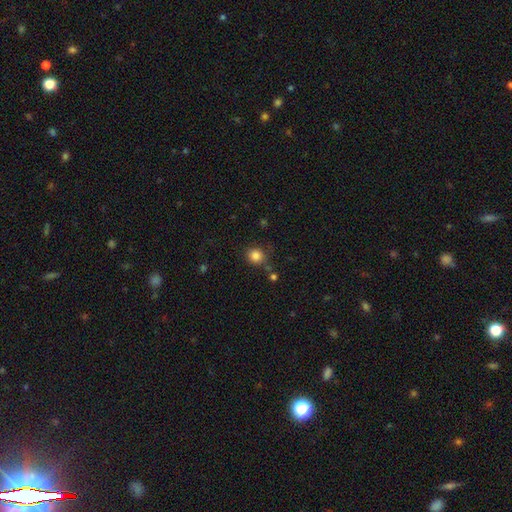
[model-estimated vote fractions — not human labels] Smooth or featured: smooth — 84% (star or artifact — 11%)
How rounded: round — 86% (in between — 14%)
Merging: none — 77% (minor disturbance — 13%)